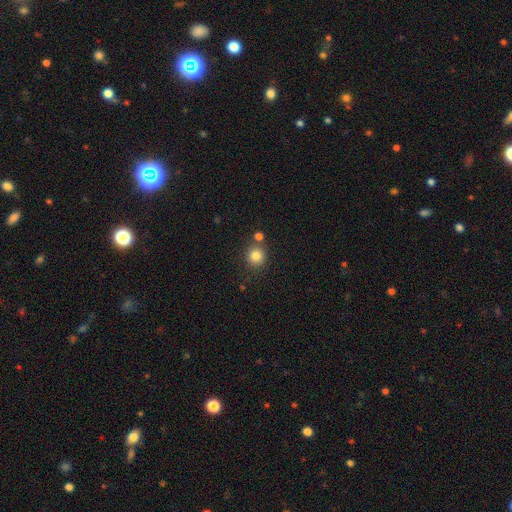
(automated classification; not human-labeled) Overall: smooth (83%). How rounded: round (90%). Merging: none (76%).